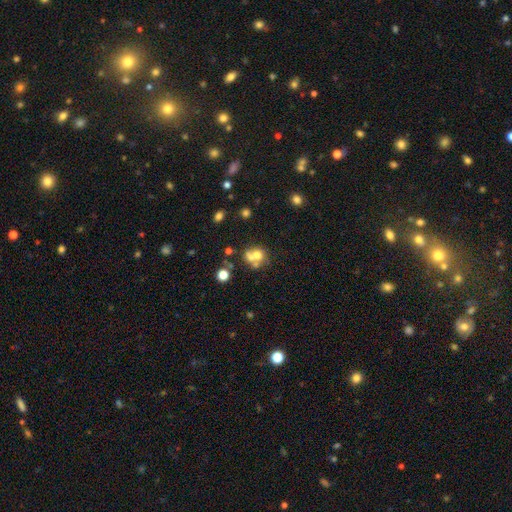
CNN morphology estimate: smooth 61%, featured or disk 24%, star or artifact 15%. Down the decision tree: how rounded — round (72%); merging — merger (55%).